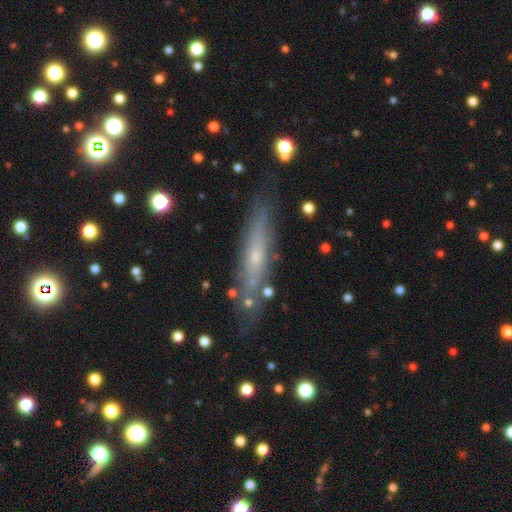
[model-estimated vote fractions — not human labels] A featured or disk galaxy (55%) viewed edge-on (73%). Merging: none (76%).